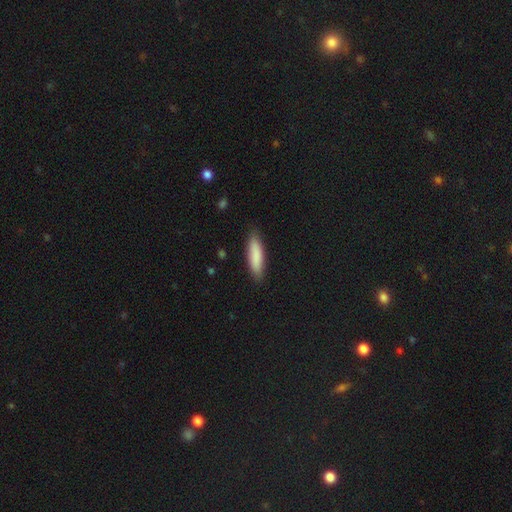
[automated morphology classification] This appears to be a smooth galaxy with no disk features (86%) that is cigar-shaped (65%). Merging: none (85%).